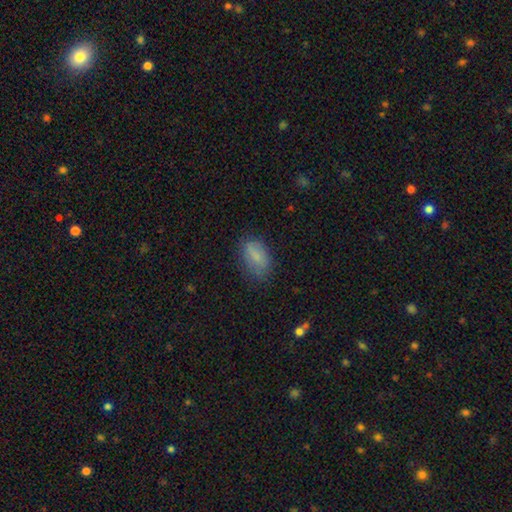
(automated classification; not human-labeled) Smooth or featured?
  - smooth: 79% *
  - featured or disk: 13%
  - star or artifact: 8%
How rounded?
  - in between: 90% *
  - round: 7%
  - cigar-shaped: 3%
Merging?
  - none: 69% *
  - minor disturbance: 22%
  - major disturbance: 7%
  - merger: 1%